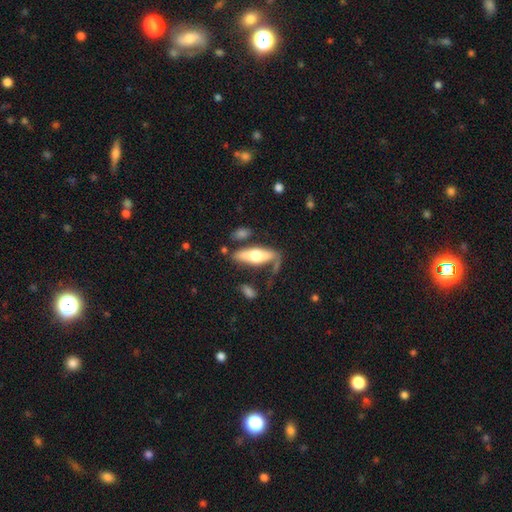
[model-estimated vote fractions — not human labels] smooth 51%, featured or disk 44%, star or artifact 5%. Down the decision tree: how rounded — in between (50%); merging — none (56%).